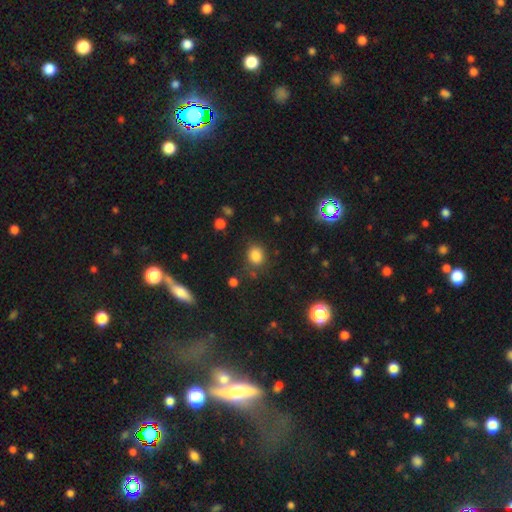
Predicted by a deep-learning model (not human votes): smooth-or-featured: smooth: 83% | star or artifact: 13% | featured or disk: 5%
  how-rounded: round: 67% | in between: 32% | cigar-shaped: 1%
  merging: none: 78% | minor disturbance: 14% | major disturbance: 5% | merger: 3%